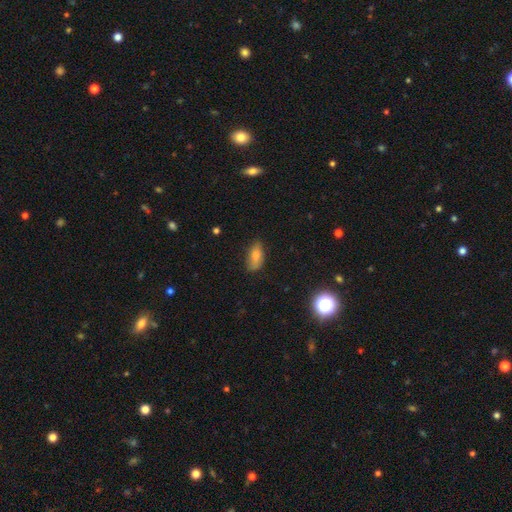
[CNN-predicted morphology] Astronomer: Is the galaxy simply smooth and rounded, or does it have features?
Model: smooth — 71%.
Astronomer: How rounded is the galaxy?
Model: in between — 83%.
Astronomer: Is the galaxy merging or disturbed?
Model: none — 75%.